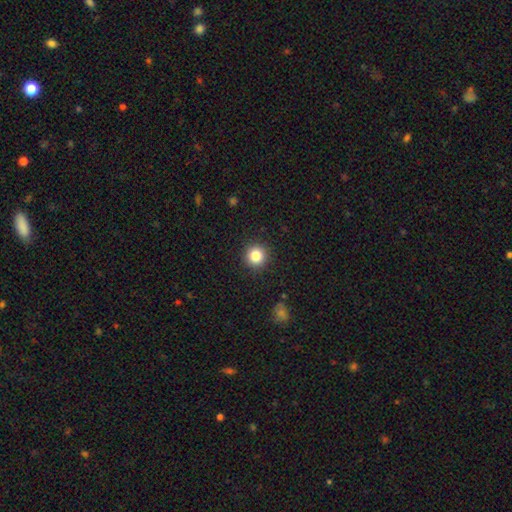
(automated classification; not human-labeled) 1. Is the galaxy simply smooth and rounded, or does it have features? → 84% smooth, 11% star or artifact, 5% featured or disk.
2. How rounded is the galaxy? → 94% round, 5% in between, 1% cigar-shaped.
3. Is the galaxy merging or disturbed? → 92% none, 5% minor disturbance, 2% major disturbance, 1% merger.